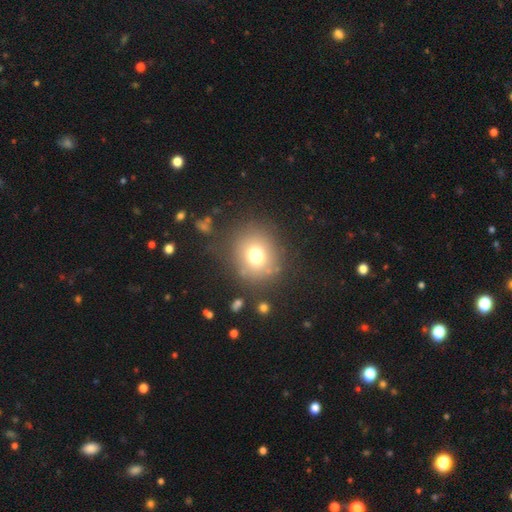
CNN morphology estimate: The model was most divided on "smooth or featured": smooth: 72%, star or artifact: 15%, featured or disk: 13%. More confident: how rounded — round (81%); merging — none (79%).